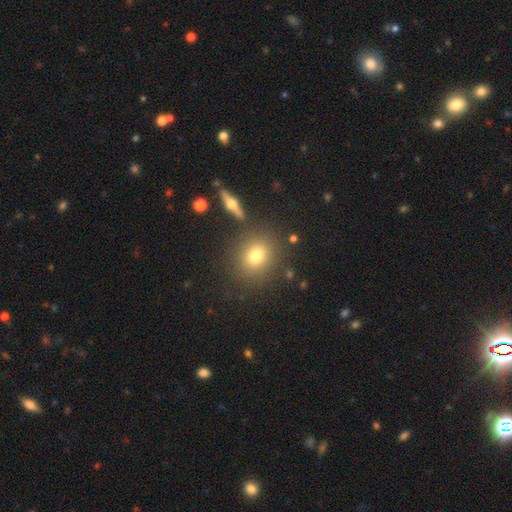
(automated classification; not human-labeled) Smooth or featured? Predicted: smooth (p=0.74). How rounded? Predicted: round (p=0.69). Merging? Predicted: none (p=0.82).